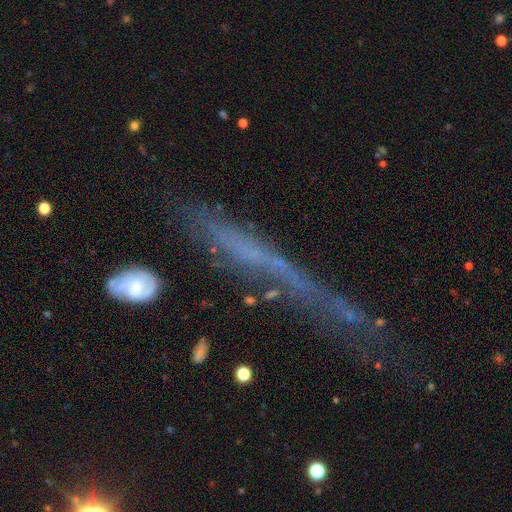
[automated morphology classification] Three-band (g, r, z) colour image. It shows a featured or disk galaxy (47%). Merging: none (57%).